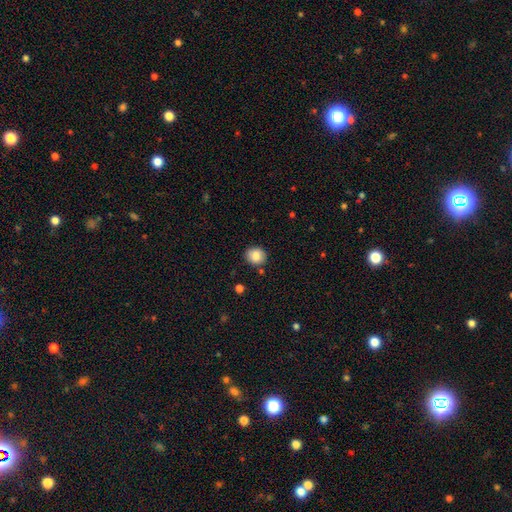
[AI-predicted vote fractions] A smooth galaxy with no disk features (84%) that is round (77%). Merging: none (84%).